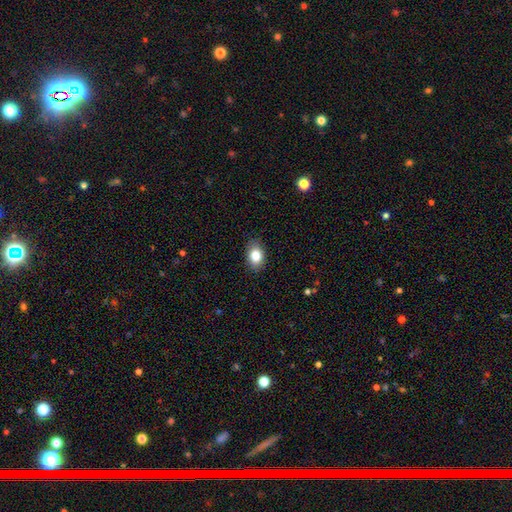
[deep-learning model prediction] A smooth galaxy with no disk features (82%) that is in between round and cigar-shaped (80%).

Vote fractions:
- Smooth or featured? smooth: 82% / featured or disk: 9% / star or artifact: 8%
- How rounded? in between: 80% / round: 19% / cigar-shaped: 1%
- Merging? none: 86% / minor disturbance: 11% / major disturbance: 2% / merger: 1%